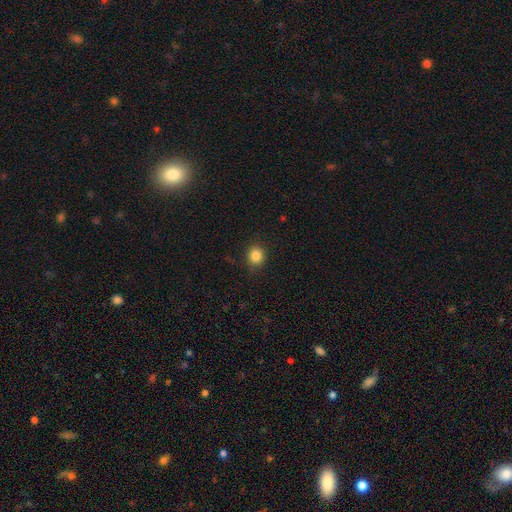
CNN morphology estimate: smooth 85%, star or artifact 11%, featured or disk 4%. Down the decision tree: how rounded — round (84%); merging — none (89%).